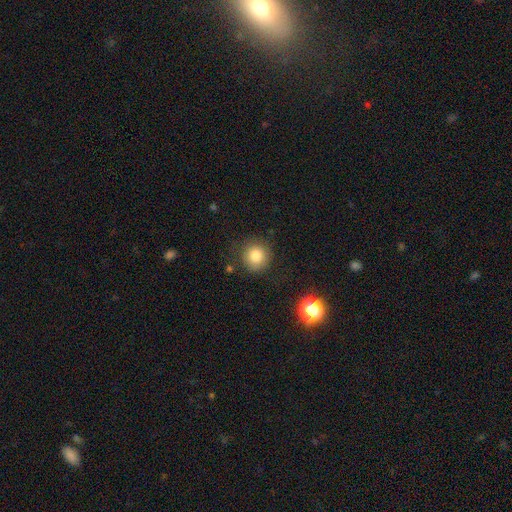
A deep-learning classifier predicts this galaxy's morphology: A smooth galaxy with no disk features (82%) that is round (92%).

Vote fractions:
- Smooth or featured? smooth: 82% / star or artifact: 11% / featured or disk: 7%
- How rounded? round: 92% / in between: 7% / cigar-shaped: 1%
- Merging? none: 84% / minor disturbance: 11% / major disturbance: 4% / merger: 2%